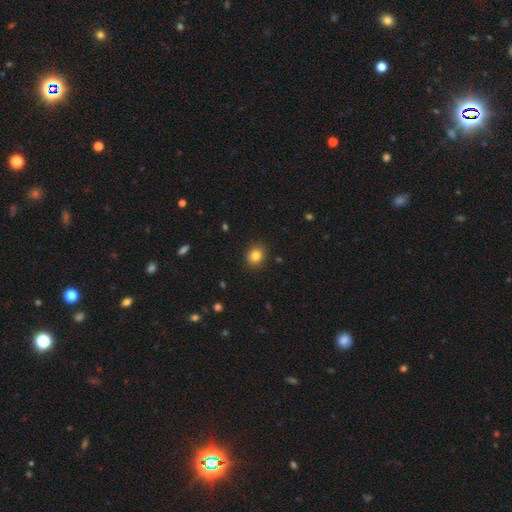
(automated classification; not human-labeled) A smooth galaxy with no disk features (82%) that is round (72%).

Vote fractions:
- Smooth or featured? smooth: 82% / star or artifact: 11% / featured or disk: 7%
- How rounded? round: 72% / in between: 27% / cigar-shaped: 1%
- Merging? none: 89% / minor disturbance: 8% / major disturbance: 2% / merger: 1%